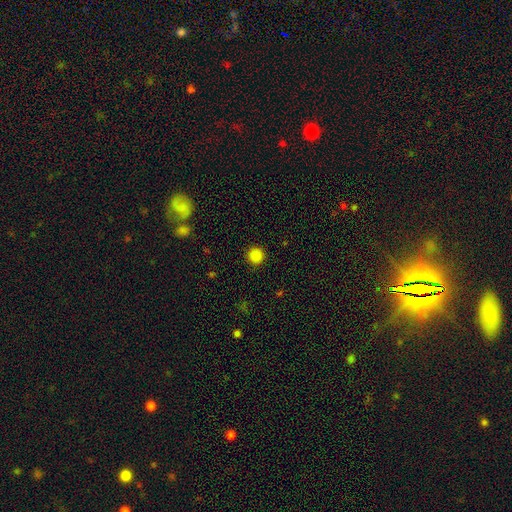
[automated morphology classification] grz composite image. It shows a smooth galaxy with no disk features (86%) that is round (95%). Merging: none (92%).